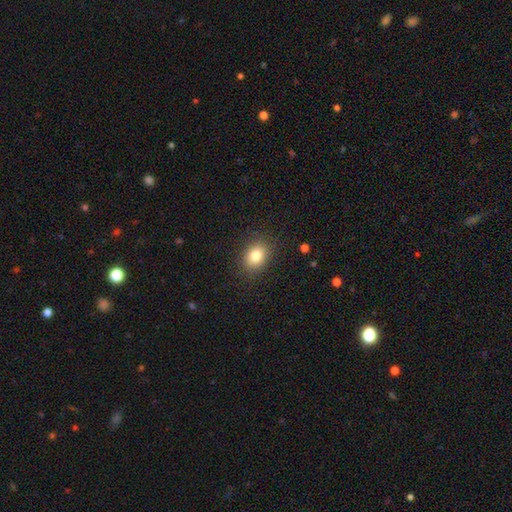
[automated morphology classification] Smooth or featured: smooth — 80% (star or artifact — 10%)
How rounded: in between — 58% (round — 41%)
Merging: none — 87% (minor disturbance — 9%)